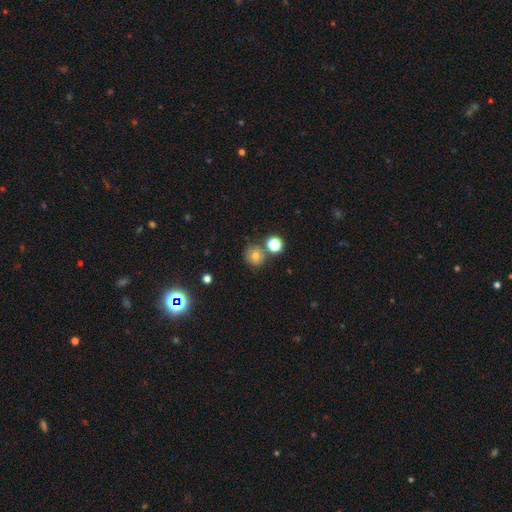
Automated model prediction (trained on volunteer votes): smooth_or_featured: smooth (p=0.72) [alt: star or artifact p=0.17]
how_rounded: round (p=0.89) [alt: in between p=0.10]
merging: none (p=0.68) [alt: merger p=0.18]